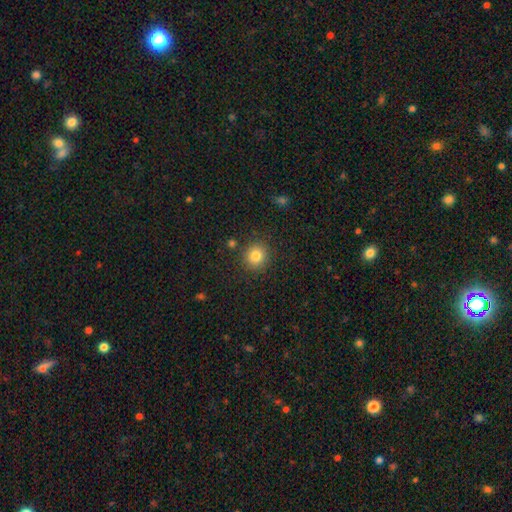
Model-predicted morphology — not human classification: Smooth or featured? smooth (82%)
How rounded? round (92%)
Merging? none (88%)